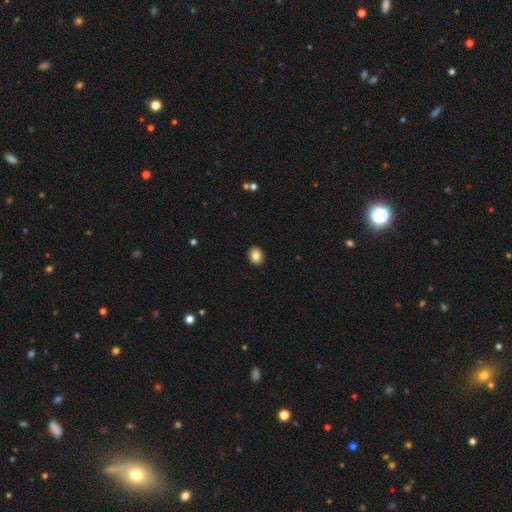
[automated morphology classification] This is clearly a smooth galaxy (85%). How rounded: possibly in between (59%). Merging: clearly none (91%).